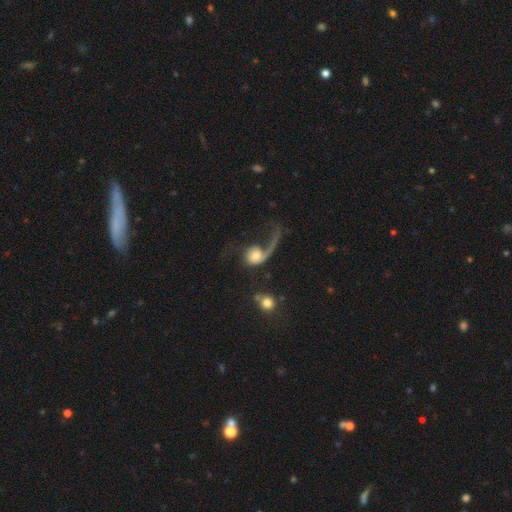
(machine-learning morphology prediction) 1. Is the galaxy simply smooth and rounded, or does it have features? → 57% featured or disk, 35% smooth, 8% star or artifact.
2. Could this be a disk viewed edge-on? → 95% no, 5% yes.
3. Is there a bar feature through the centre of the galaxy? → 75% no, 20% weak, 5% strong.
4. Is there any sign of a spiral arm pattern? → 81% yes, 19% no.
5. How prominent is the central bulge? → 41% moderate, 26% small, 19% large, 7% dominant, 7% none.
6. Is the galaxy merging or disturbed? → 56% major disturbance, 23% none, 11% minor disturbance, 9% merger.